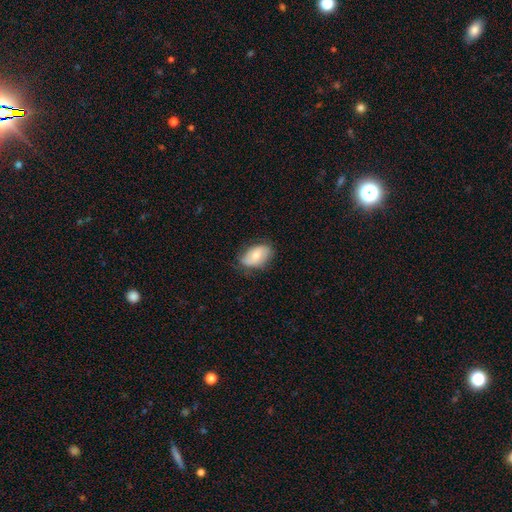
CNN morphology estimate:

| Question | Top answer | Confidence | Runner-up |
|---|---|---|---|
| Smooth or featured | smooth | 63% | featured or disk (30%) |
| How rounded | in between | 90% | round (8%) |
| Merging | none | 69% | minor disturbance (24%) |